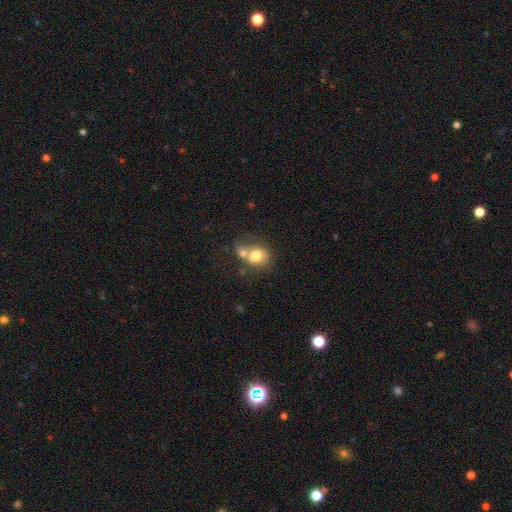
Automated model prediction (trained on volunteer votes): Smooth or featured? smooth (75%)
How rounded? round (64%)
Merging? merger (49%)